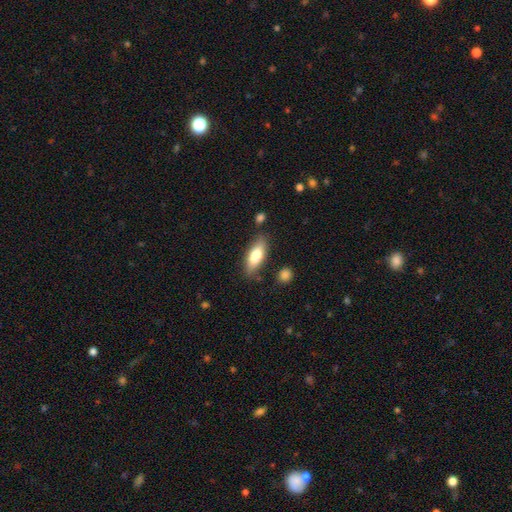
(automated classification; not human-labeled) This is likely a smooth galaxy (71%). How rounded: likely in between (70%). Merging: likely none (79%).